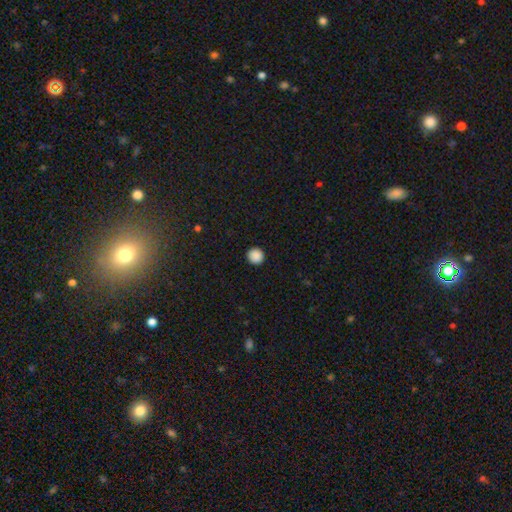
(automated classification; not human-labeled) Smooth or featured: smooth — 89% (star or artifact — 9%)
How rounded: round — 95% (in between — 4%)
Merging: none — 93% (minor disturbance — 4%)